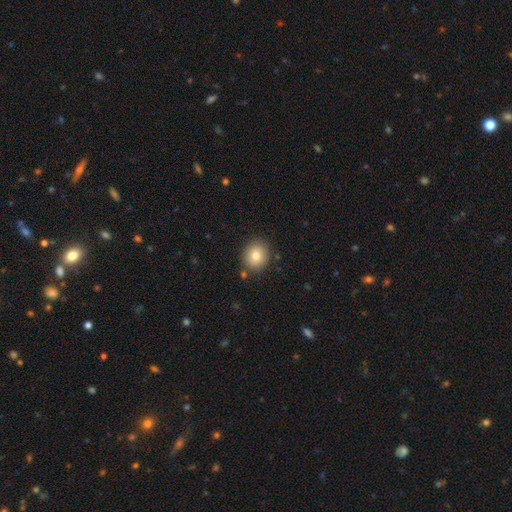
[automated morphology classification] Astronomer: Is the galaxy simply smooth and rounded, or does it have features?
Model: smooth — 82%.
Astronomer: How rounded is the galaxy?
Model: round — 69%.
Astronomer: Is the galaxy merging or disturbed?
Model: none — 85%.